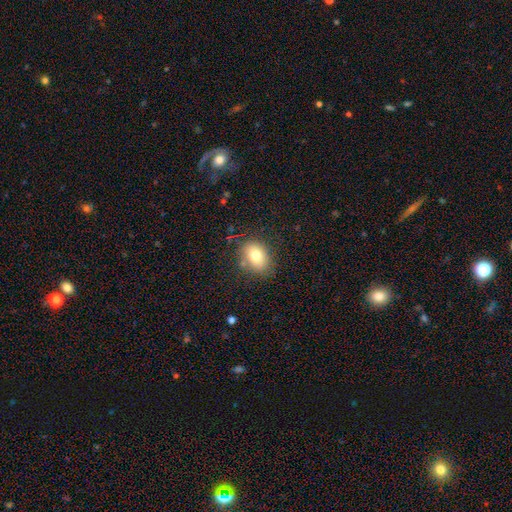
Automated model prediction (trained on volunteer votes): A smooth galaxy with no disk features (77%) that is in between round and cigar-shaped (65%).

Vote fractions:
- Smooth or featured? smooth: 77% / featured or disk: 13% / star or artifact: 10%
- How rounded? in between: 65% / round: 34% / cigar-shaped: 1%
- Merging? none: 78% / minor disturbance: 14% / major disturbance: 4% / merger: 3%